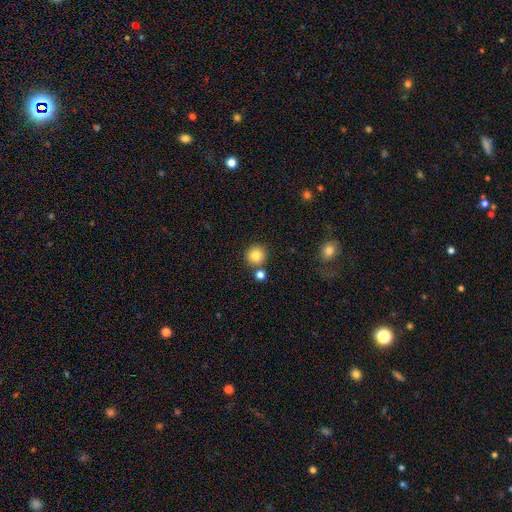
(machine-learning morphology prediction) Overall: smooth (83%). How rounded: round (93%). Merging: none (78%).